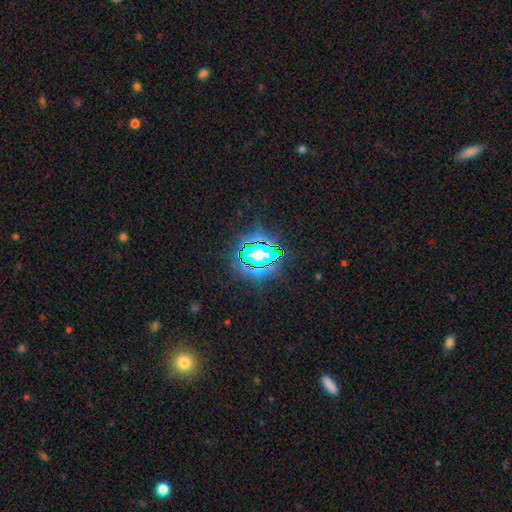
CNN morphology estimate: This appears to be a star or artifact, not a galaxy (80%).